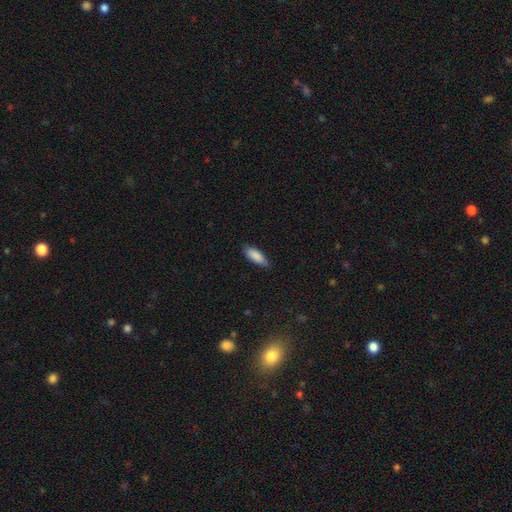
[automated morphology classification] smooth 87%, featured or disk 7%, star or artifact 6%. Down the decision tree: how rounded — in between (69%); merging — none (77%).